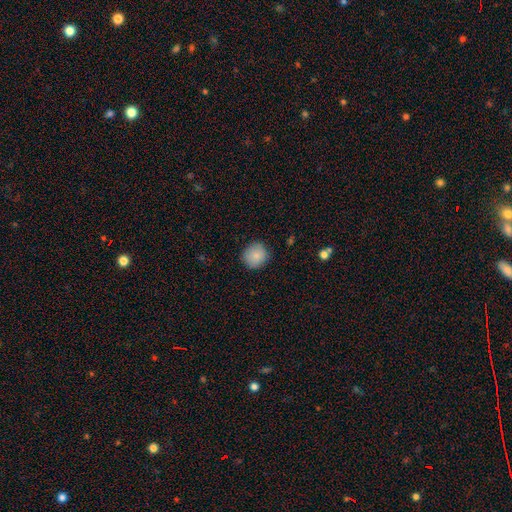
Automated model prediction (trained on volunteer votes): Smooth or featured? Predicted: smooth (p=0.86). How rounded? Predicted: round (p=0.90). Merging? Predicted: none (p=0.87).